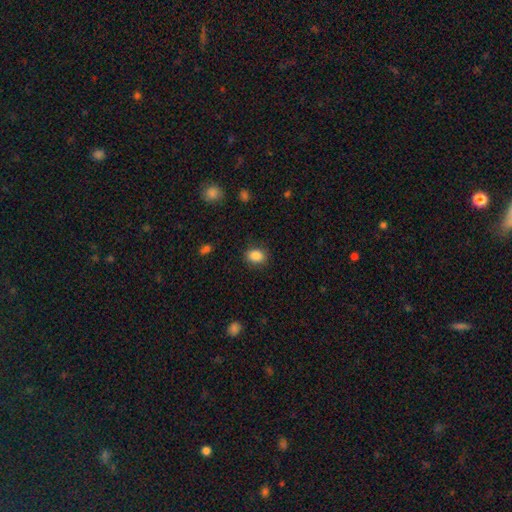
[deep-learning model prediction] smooth-or-featured: smooth: 87% | star or artifact: 9% | featured or disk: 4%
  how-rounded: in between: 59% | round: 40% | cigar-shaped: 1%
  merging: none: 86% | minor disturbance: 10% | major disturbance: 3% | merger: 1%